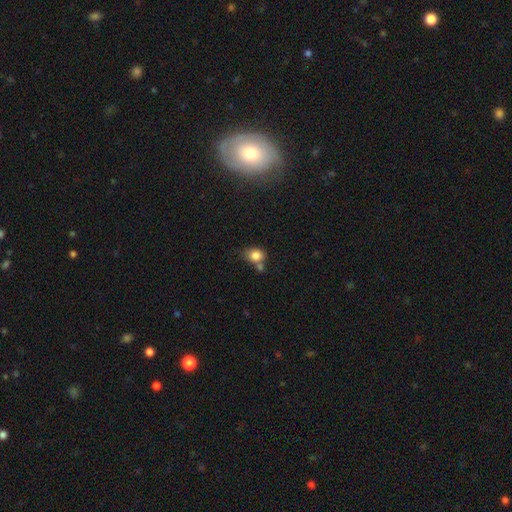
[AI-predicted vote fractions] smooth-or-featured: smooth: 82% | star or artifact: 10% | featured or disk: 8%
  how-rounded: round: 55% | in between: 44% | cigar-shaped: 1%
  merging: none: 45% | merger: 30% | minor disturbance: 18% | major disturbance: 7%